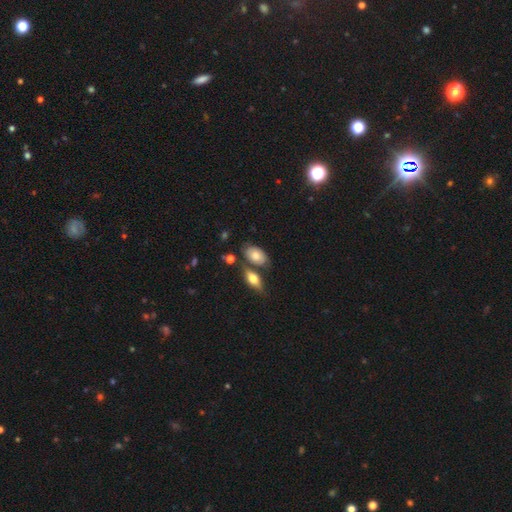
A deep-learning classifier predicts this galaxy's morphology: smooth-or-featured: smooth: 72% | featured or disk: 21% | star or artifact: 7%
  how-rounded: in between: 90% | round: 7% | cigar-shaped: 3%
  merging: none: 63% | merger: 16% | minor disturbance: 16% | major disturbance: 5%